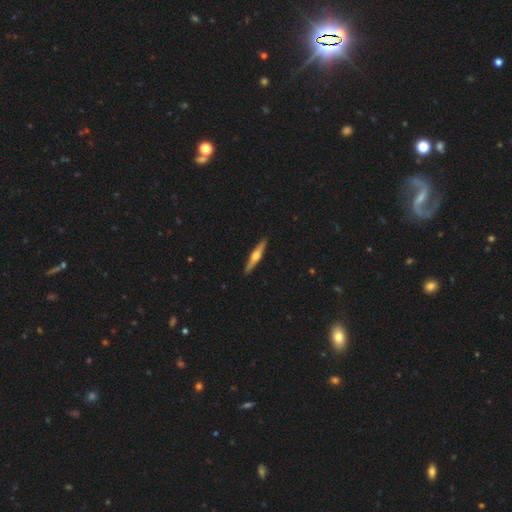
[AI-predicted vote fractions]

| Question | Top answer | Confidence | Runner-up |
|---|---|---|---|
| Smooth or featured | featured or disk | 64% | smooth (31%) |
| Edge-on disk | yes | 96% | no (4%) |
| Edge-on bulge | rounded | 93% | none (4%) |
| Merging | none | 92% | minor disturbance (6%) |